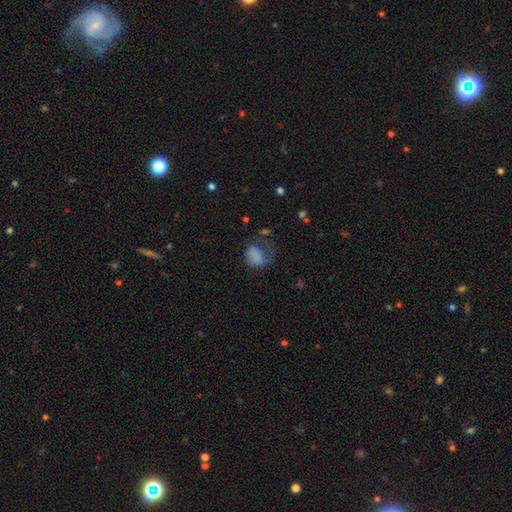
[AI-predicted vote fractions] smooth_or_featured: smooth (p=0.75) [alt: featured or disk p=0.14]
how_rounded: in between (p=0.68) [alt: round p=0.31]
merging: major disturbance (p=0.43) [alt: none p=0.28]